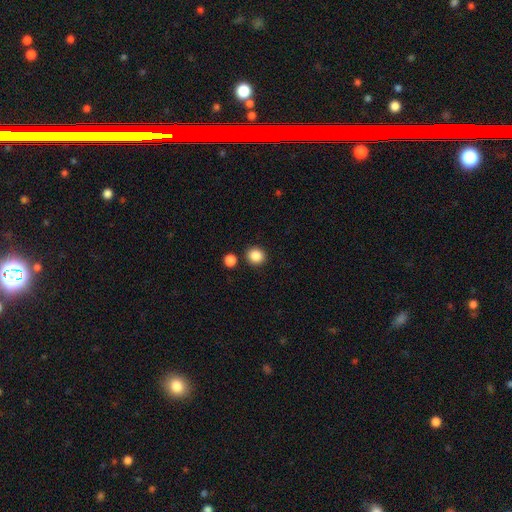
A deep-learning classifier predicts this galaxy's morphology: Overall: smooth (87%). How rounded: round (87%). Merging: none (87%).